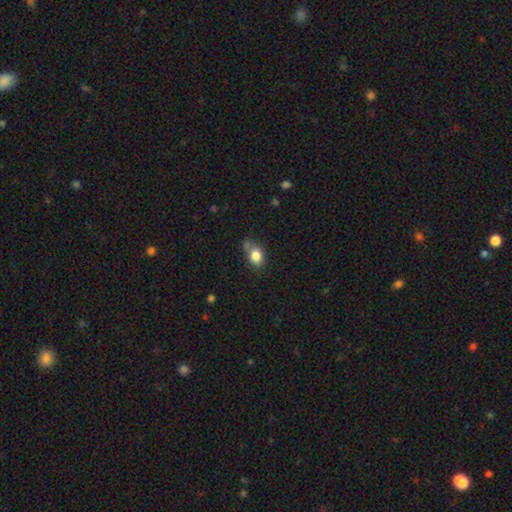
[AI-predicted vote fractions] Smooth or featured: smooth — 83% (star or artifact — 9%)
How rounded: in between — 65% (round — 34%)
Merging: none — 55% (minor disturbance — 23%)